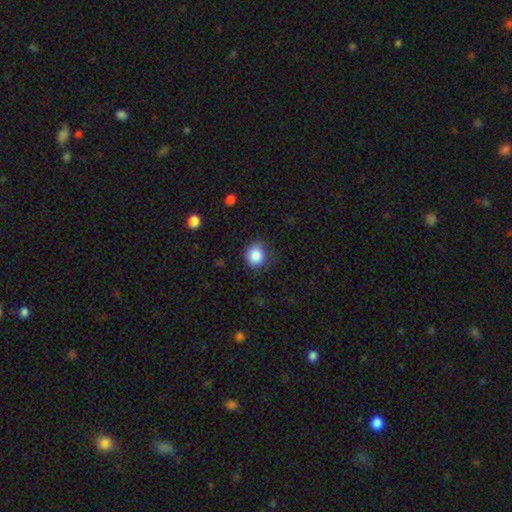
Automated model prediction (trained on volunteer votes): The model was most divided on "merging": none: 78%, minor disturbance: 17%, major disturbance: 4%, merger: 1%. More confident: smooth or featured — smooth (85%); how rounded — round (85%).